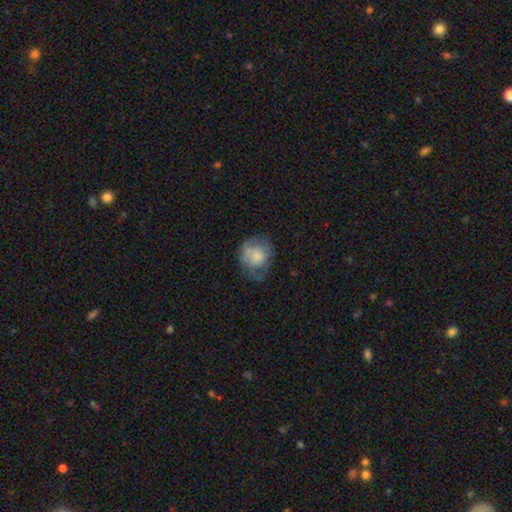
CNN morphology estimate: The model was most divided on "smooth or featured": smooth: 55%, featured or disk: 38%, star or artifact: 8%. Remaining: how rounded — round (72%); merging — none (49%).